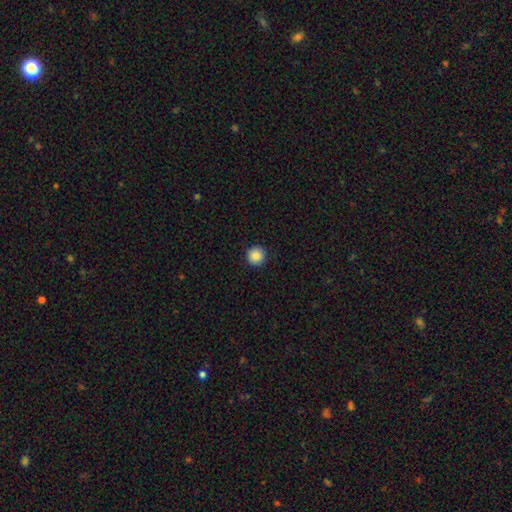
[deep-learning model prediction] Smooth or featured? Predicted: smooth (p=0.88). How rounded? Predicted: round (p=0.95). Merging? Predicted: none (p=0.92).